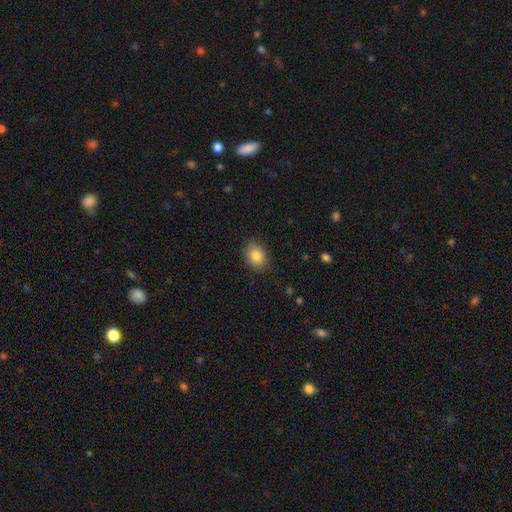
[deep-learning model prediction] Smooth or featured? smooth (85%)
How rounded? in between (67%)
Merging? none (87%)